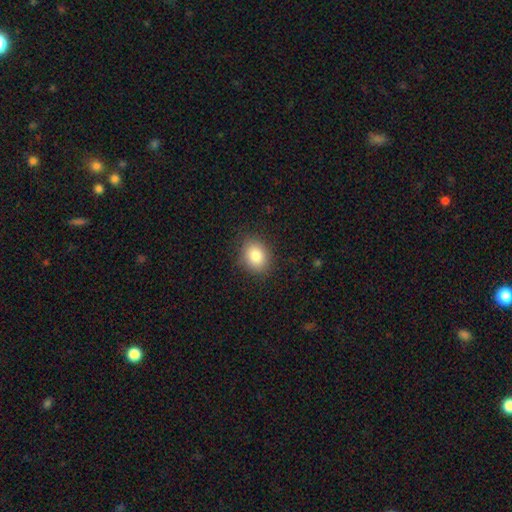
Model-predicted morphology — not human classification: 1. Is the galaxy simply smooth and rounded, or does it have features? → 84% smooth, 9% star or artifact, 7% featured or disk.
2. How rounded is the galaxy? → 51% round, 48% in between, 1% cigar-shaped.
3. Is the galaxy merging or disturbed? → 86% none, 10% minor disturbance, 3% major disturbance, 1% merger.